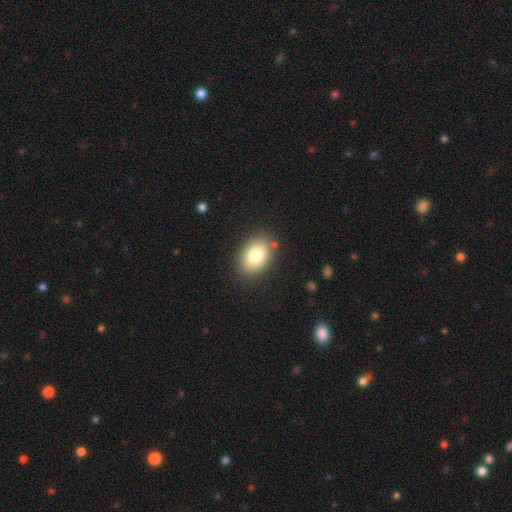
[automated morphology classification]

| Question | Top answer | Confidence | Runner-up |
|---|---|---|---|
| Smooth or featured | smooth | 80% | featured or disk (12%) |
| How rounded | in between | 77% | round (22%) |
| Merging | none | 85% | minor disturbance (10%) |